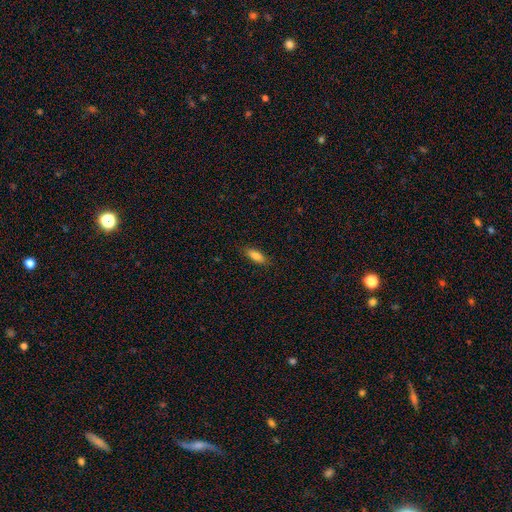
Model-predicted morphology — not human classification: The model was most divided on "how rounded": in between: 69%, cigar-shaped: 29%, round: 2%. More confident: merging — none (86%); smooth or featured — smooth (85%).